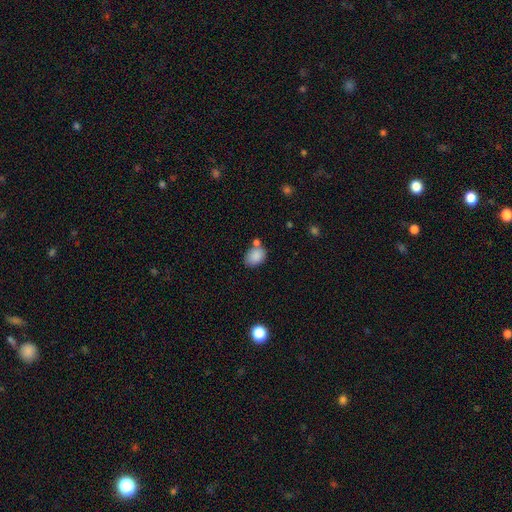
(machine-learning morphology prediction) This is clearly a smooth galaxy (86%). How rounded: likely in between (76%). Merging: likely none (61%).